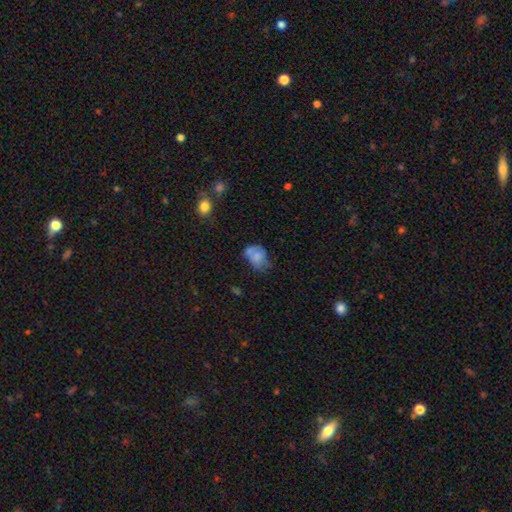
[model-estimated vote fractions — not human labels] A smooth galaxy with no disk features (60%) that is in between round and cigar-shaped (69%). Merging: merger (27%, tied with none).